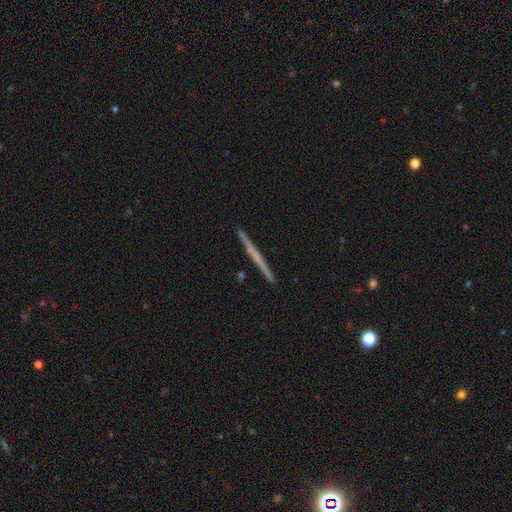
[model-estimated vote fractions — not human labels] Smooth or featured?
  - featured or disk: 61% *
  - smooth: 33%
  - star or artifact: 6%
Edge-on disk?
  - yes: 98% *
  - no: 2%
Edge-on bulge?
  - none: 78% *
  - rounded: 17%
  - boxy: 5%
Merging?
  - none: 92% *
  - minor disturbance: 5%
  - merger: 1%
  - major disturbance: 1%